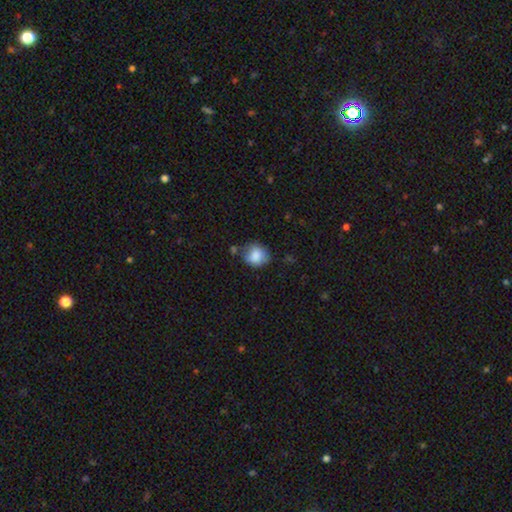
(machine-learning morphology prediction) Q: Smooth or featured?
A: smooth (85%); runner-up: star or artifact (8%)
Q: How rounded?
A: round (72%); runner-up: in between (27%)
Q: Merging?
A: none (62%); runner-up: minor disturbance (25%)